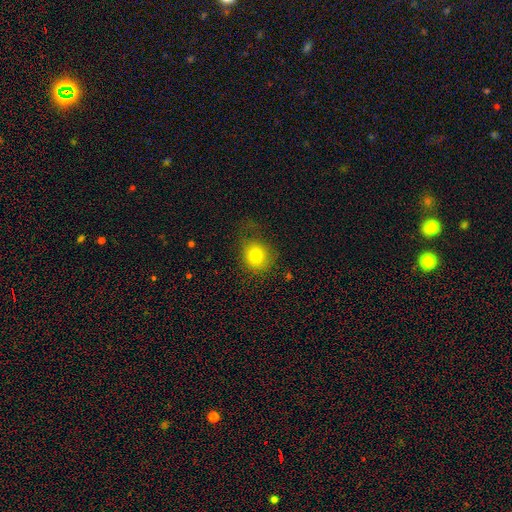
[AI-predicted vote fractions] smooth_or_featured: smooth (p=0.76) [alt: star or artifact p=0.12]
how_rounded: round (p=0.79) [alt: in between p=0.20]
merging: none (p=0.61) [alt: minor disturbance p=0.22]